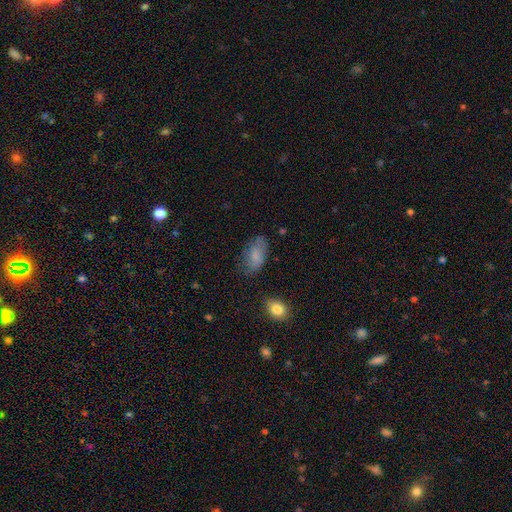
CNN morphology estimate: A smooth galaxy with no disk features (79%) that is in between round and cigar-shaped (93%).

Vote fractions:
- Smooth or featured? smooth: 79% / featured or disk: 13% / star or artifact: 8%
- How rounded? in between: 93% / round: 4% / cigar-shaped: 3%
- Merging? none: 68% / minor disturbance: 23% / major disturbance: 7% / merger: 2%